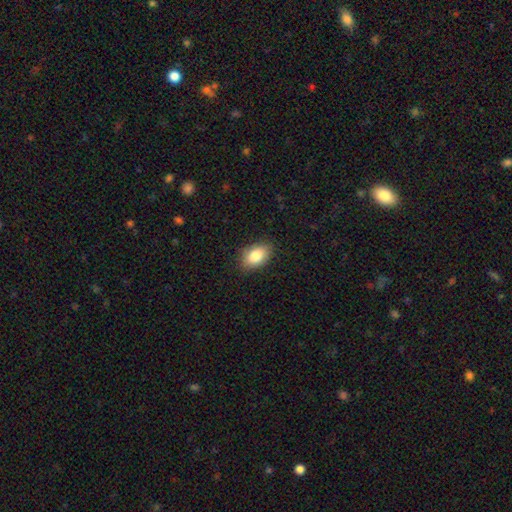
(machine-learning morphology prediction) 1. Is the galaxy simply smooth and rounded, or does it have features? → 85% smooth, 8% featured or disk, 7% star or artifact.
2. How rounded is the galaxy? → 91% in between, 8% round, 2% cigar-shaped.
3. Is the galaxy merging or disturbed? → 86% none, 11% minor disturbance, 2% major disturbance, 1% merger.